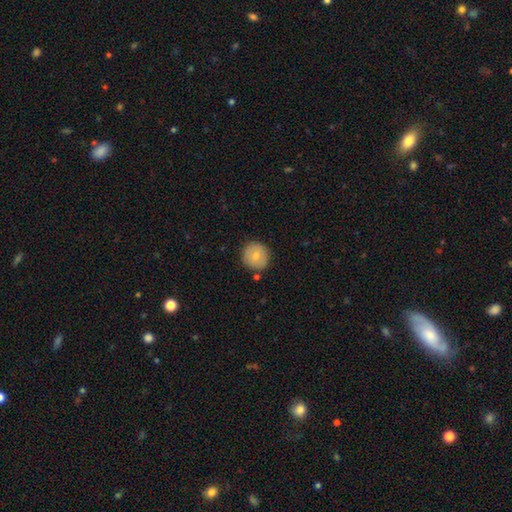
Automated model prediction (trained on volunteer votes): Smooth or featured? Predicted: smooth (p=0.74). How rounded? Predicted: round (p=0.93). Merging? Predicted: none (p=0.84).